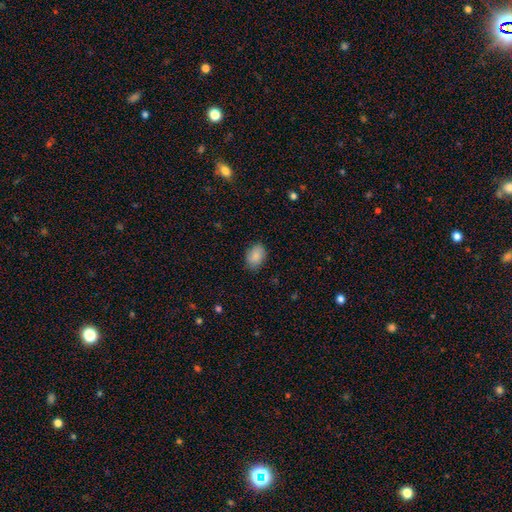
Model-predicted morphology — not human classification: smooth_or_featured: smooth (p=0.86) [alt: star or artifact p=0.07]
how_rounded: in between (p=0.80) [alt: round p=0.19]
merging: none (p=0.83) [alt: minor disturbance p=0.14]